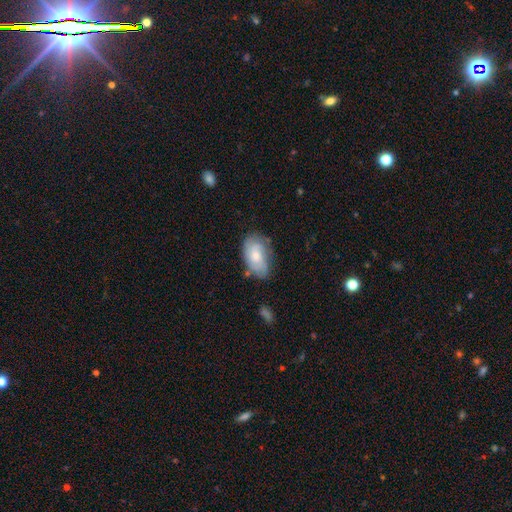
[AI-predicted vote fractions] Smooth or featured: smooth — 57% (featured or disk — 37%)
How rounded: in between — 91% (round — 7%)
Merging: none — 62% (minor disturbance — 27%)